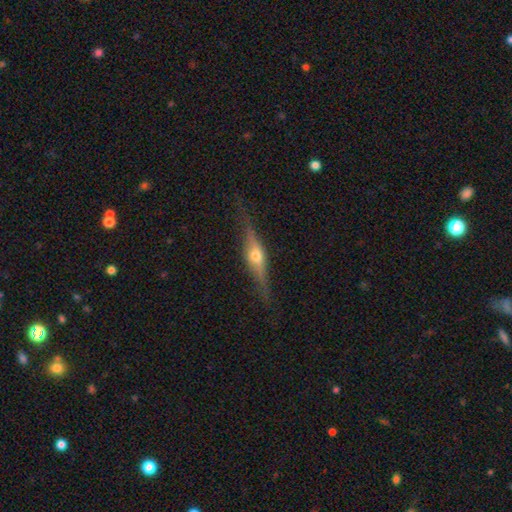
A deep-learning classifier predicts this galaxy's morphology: type=featured or disk (73%); edge-on=yes (96%); edge-on bulge=rounded (92%); merging=none (84%).